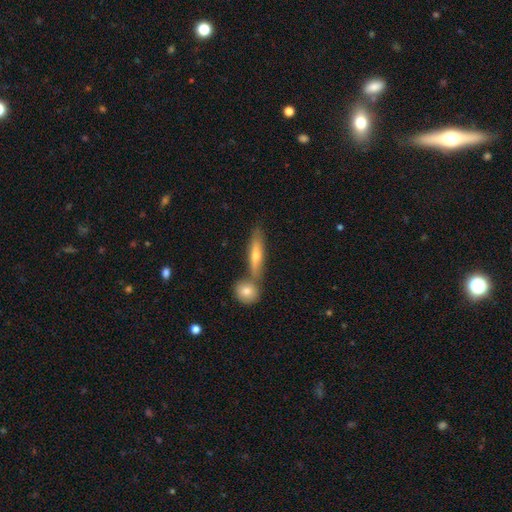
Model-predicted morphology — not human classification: smooth_or_featured: featured or disk (p=0.47) [alt: smooth p=0.41]
merging: none (p=0.58) [alt: merger p=0.30]